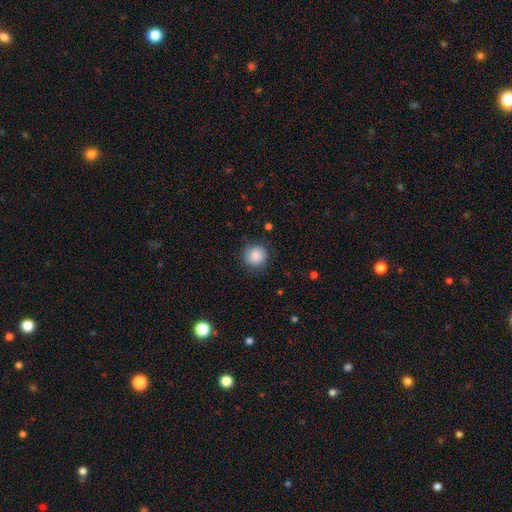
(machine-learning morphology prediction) Smooth or featured?
  - smooth: 86% *
  - star or artifact: 8%
  - featured or disk: 6%
How rounded?
  - round: 92% *
  - in between: 7%
  - cigar-shaped: 1%
Merging?
  - none: 83% *
  - minor disturbance: 12%
  - major disturbance: 3%
  - merger: 1%